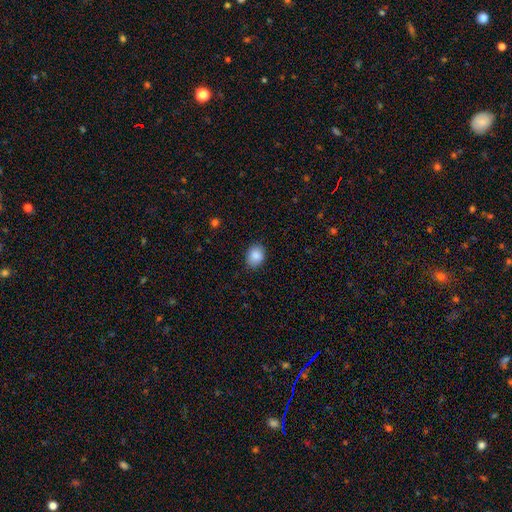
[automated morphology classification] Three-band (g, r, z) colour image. It shows a smooth galaxy with no disk features (88%) that is in between round and cigar-shaped (61%). Merging: none (86%).